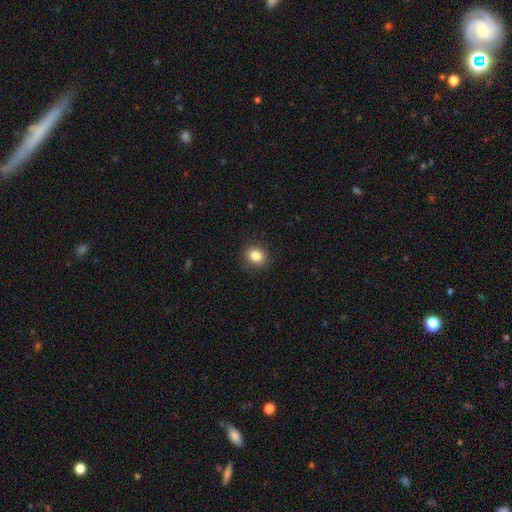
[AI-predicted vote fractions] Smooth or featured? Predicted: smooth (p=0.85). How rounded? Predicted: round (p=0.72). Merging? Predicted: none (p=0.90).